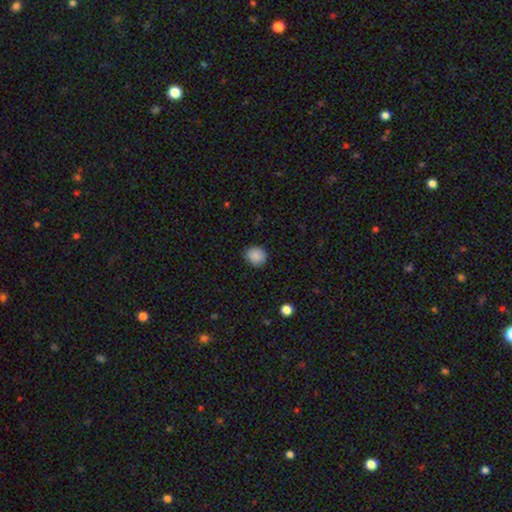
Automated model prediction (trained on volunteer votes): This is clearly a smooth galaxy (88%). How rounded: clearly round (85%). Merging: clearly none (88%).